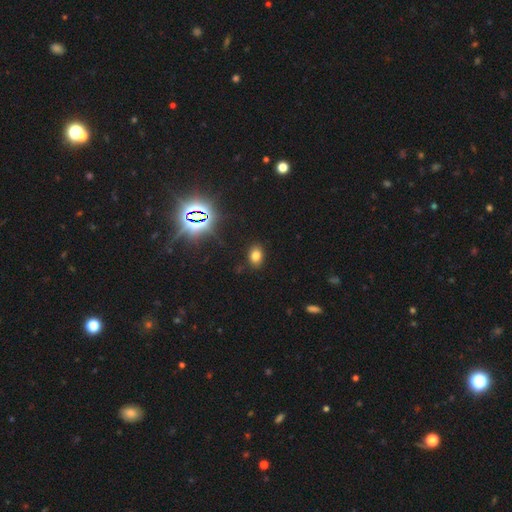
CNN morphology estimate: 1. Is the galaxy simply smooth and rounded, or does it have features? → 73% smooth, 19% star or artifact, 8% featured or disk.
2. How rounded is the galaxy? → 73% in between, 26% round, 1% cigar-shaped.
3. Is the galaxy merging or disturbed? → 87% none, 9% minor disturbance, 3% major disturbance, 1% merger.